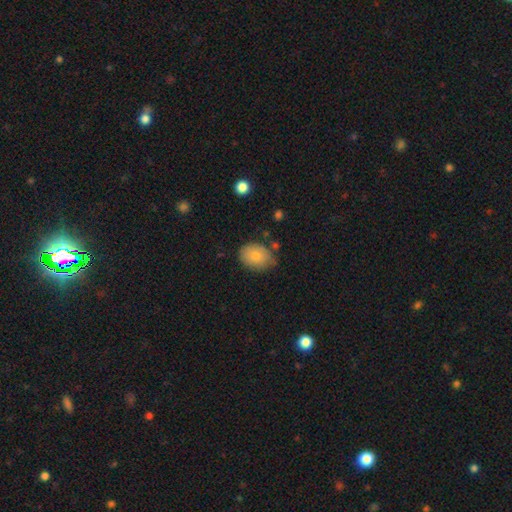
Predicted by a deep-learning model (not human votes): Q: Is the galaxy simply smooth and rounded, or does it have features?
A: smooth — 81%.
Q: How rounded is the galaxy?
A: in between — 69%.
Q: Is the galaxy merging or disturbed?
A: none — 67%.